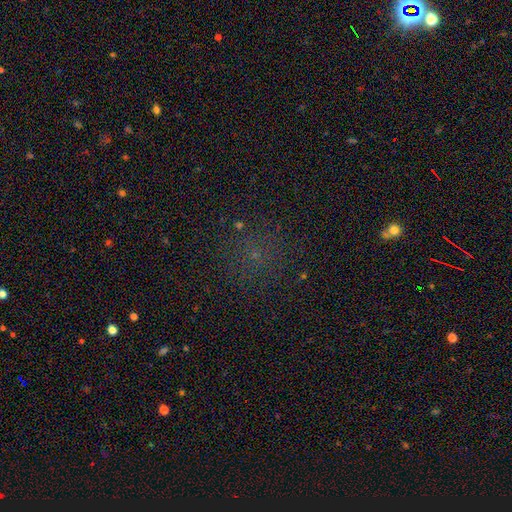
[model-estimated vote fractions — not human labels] Overall: star or artifact (47%; smooth 44%).